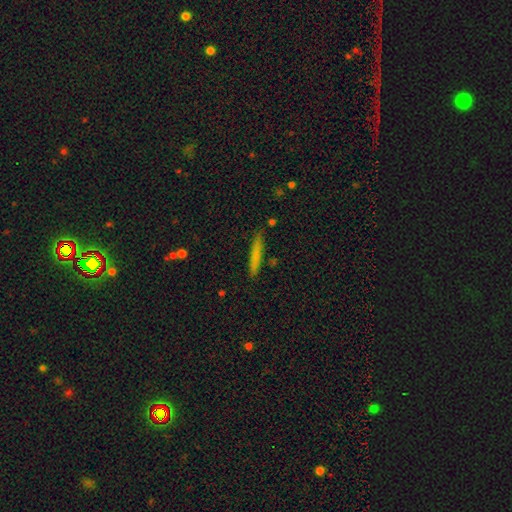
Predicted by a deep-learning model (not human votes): A smooth galaxy with no disk features (72%) that is cigar-shaped (95%). Merging: none (87%).